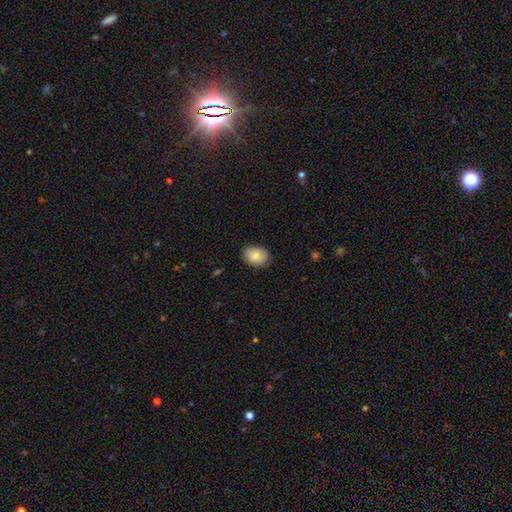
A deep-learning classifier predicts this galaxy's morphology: type=smooth (82%); roundness=in between (69%); merging=none (85%).